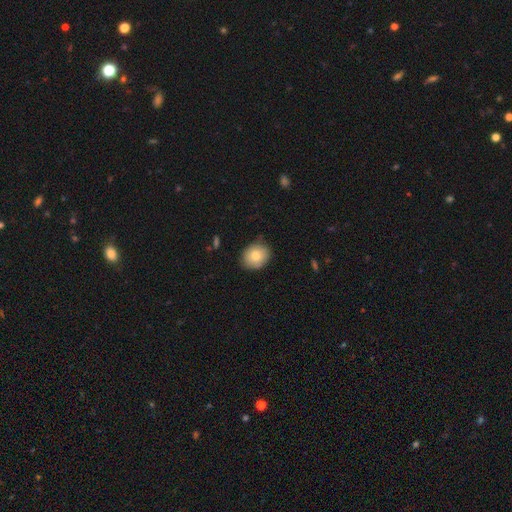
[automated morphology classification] smooth-or-featured: smooth: 77% | featured or disk: 14% | star or artifact: 8%
  how-rounded: round: 64% | in between: 35% | cigar-shaped: 1%
  merging: none: 82% | minor disturbance: 15% | major disturbance: 2% | merger: 1%